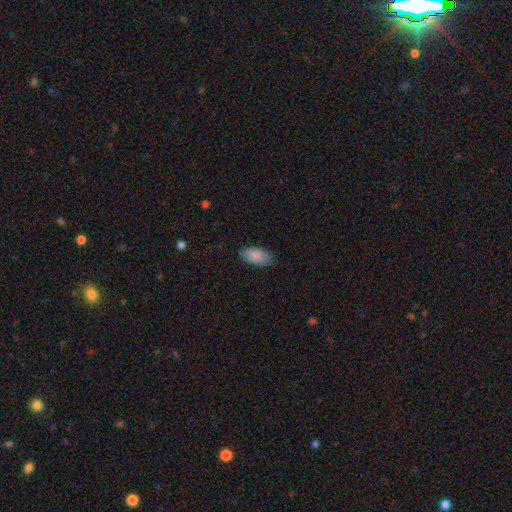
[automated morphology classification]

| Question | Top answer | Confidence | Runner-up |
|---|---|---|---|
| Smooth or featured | smooth | 88% | star or artifact (6%) |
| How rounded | in between | 94% | cigar-shaped (3%) |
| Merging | none | 83% | minor disturbance (14%) |